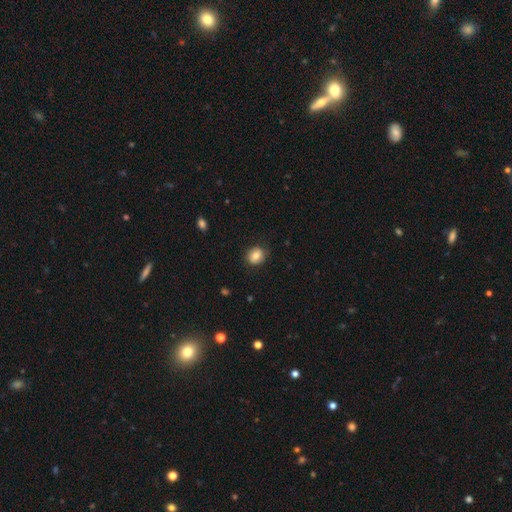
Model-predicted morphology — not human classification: Smooth or featured? Predicted: smooth (p=0.78). How rounded? Predicted: round (p=0.70). Merging? Predicted: none (p=0.83).